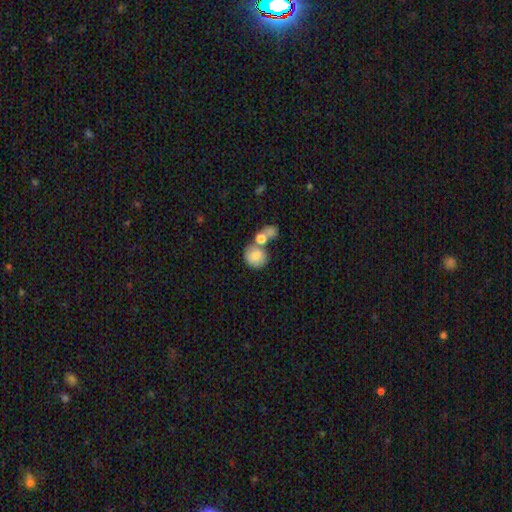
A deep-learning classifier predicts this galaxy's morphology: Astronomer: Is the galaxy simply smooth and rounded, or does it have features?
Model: smooth — 76%.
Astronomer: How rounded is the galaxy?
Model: round — 69%.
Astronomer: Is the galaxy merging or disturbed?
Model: none — 43% (runner-up: merger, 40%).